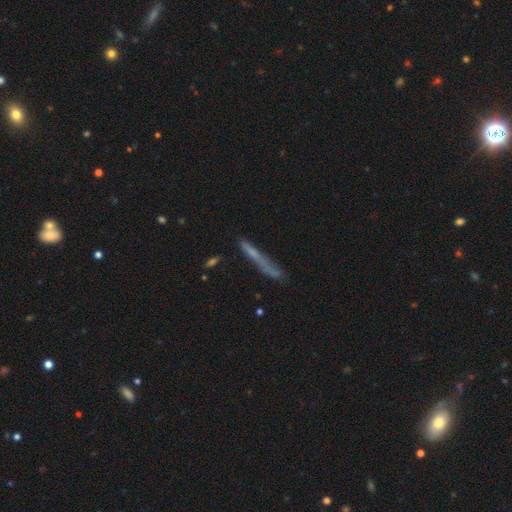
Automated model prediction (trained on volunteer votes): This is possibly a smooth galaxy (50%). How rounded: clearly cigar-shaped (93%). Merging: likely none (64%).